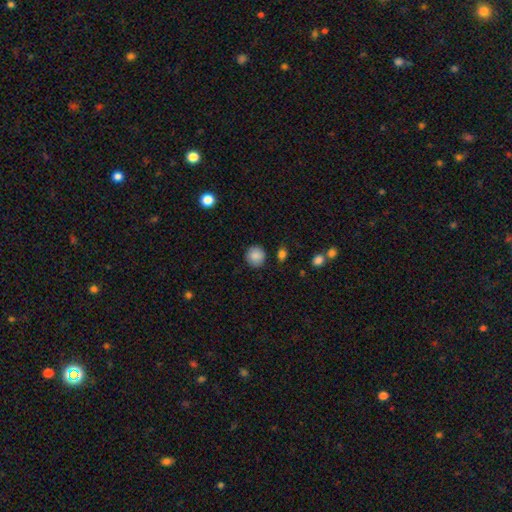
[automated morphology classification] type=smooth (87%); roundness=round (91%); merging=none (86%).